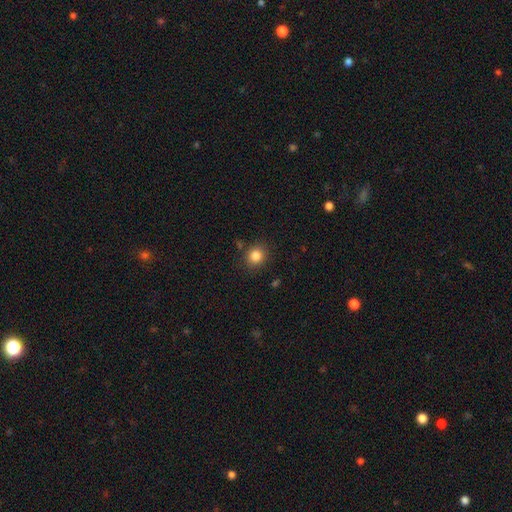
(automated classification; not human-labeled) smooth_or_featured: smooth (p=0.84) [alt: star or artifact p=0.11]
how_rounded: round (p=0.78) [alt: in between p=0.22]
merging: none (p=0.85) [alt: minor disturbance p=0.09]